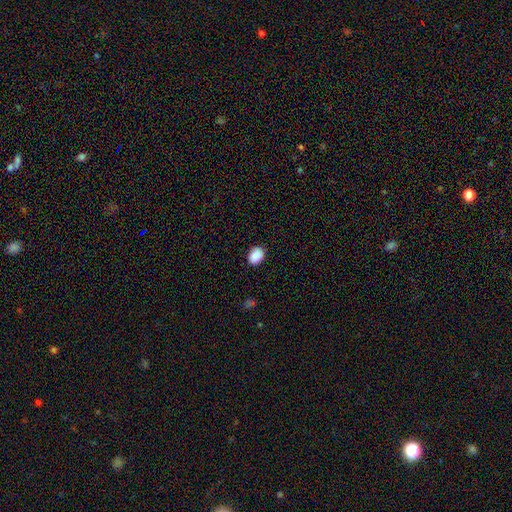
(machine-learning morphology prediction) smooth 89%, star or artifact 8%, featured or disk 4%. Down the decision tree: how rounded — in between (70%); merging — none (86%).